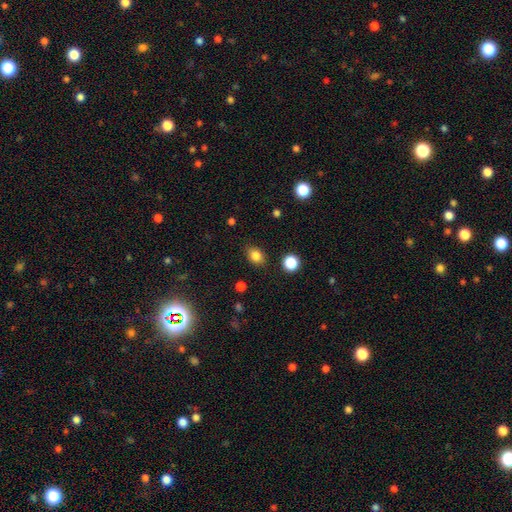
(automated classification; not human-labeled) A smooth galaxy with no disk features (83%) that is in between round and cigar-shaped (60%). Merging: none (85%).